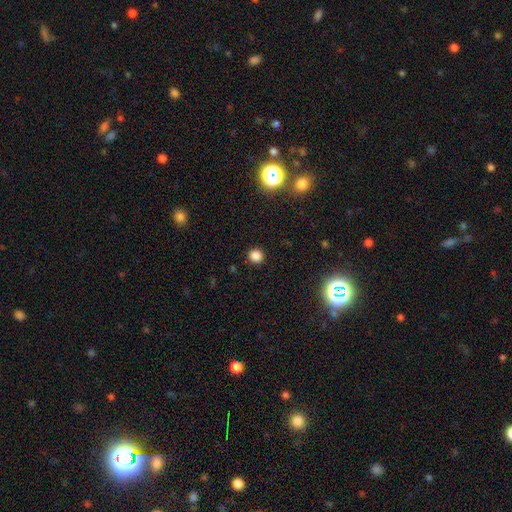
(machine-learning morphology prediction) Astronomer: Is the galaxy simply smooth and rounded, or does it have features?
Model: smooth — 83%.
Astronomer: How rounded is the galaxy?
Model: round — 94%.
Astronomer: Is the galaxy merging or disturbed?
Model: none — 92%.